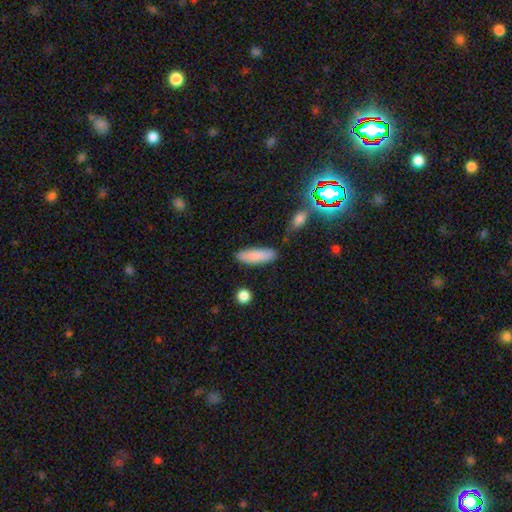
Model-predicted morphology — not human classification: A smooth galaxy with no disk features (85%) that is in between round and cigar-shaped (52%).

Vote fractions:
- Smooth or featured? smooth: 85% / featured or disk: 8% / star or artifact: 7%
- How rounded? in between: 52% / cigar-shaped: 46% / round: 2%
- Merging? none: 83% / minor disturbance: 12% / merger: 3% / major disturbance: 3%